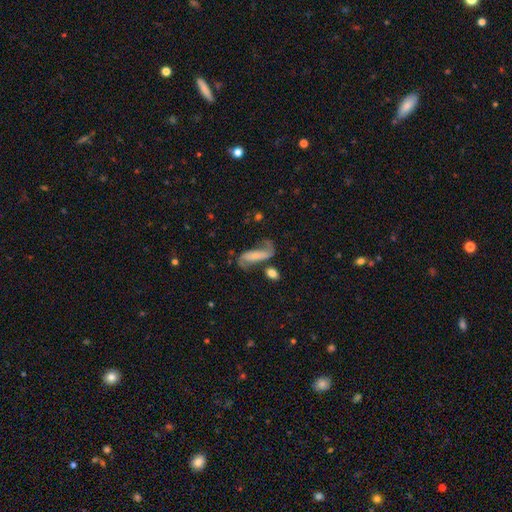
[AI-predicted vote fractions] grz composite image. It shows a featured or disk galaxy (74%) with no bar (36%), 2 (89%) loose (66%) spiral arms (93%) and a small central bulge (56%). Merging: none (55%).